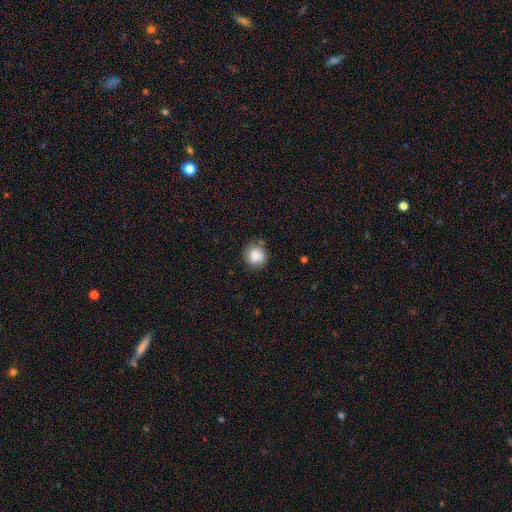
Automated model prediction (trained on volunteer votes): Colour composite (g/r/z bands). It shows a smooth galaxy with no disk features (84%) that is round (85%). Merging: none (70%).